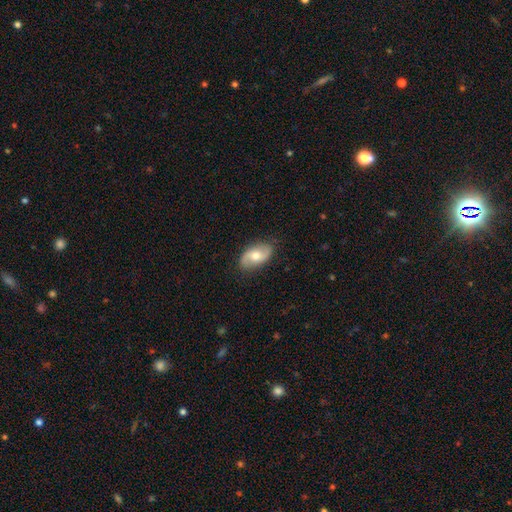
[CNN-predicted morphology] Overall: featured or disk (52%; smooth 42%). Edge-on disk: no (93%). Merging: none (83%).